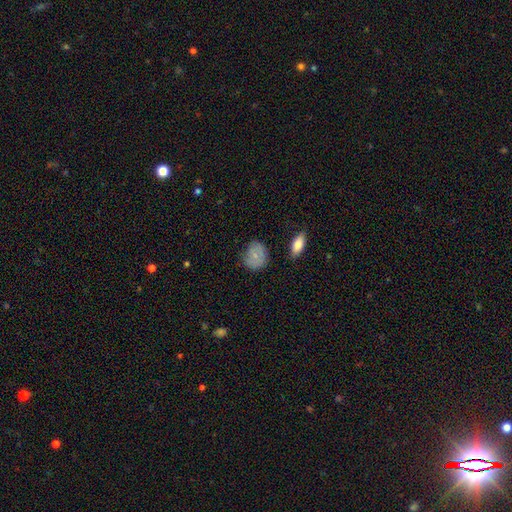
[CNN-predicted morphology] smooth_or_featured: smooth (p=0.72) [alt: featured or disk p=0.21]
how_rounded: round (p=0.56) [alt: in between p=0.42]
merging: none (p=0.66) [alt: minor disturbance p=0.26]